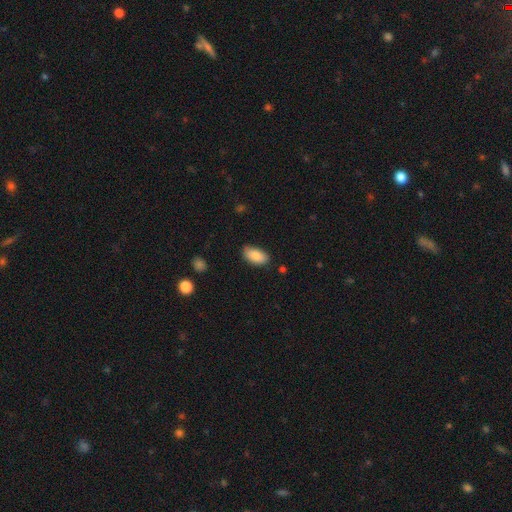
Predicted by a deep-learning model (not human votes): Smooth or featured: smooth — 86% (star or artifact — 7%)
How rounded: in between — 93% (cigar-shaped — 4%)
Merging: none — 79% (minor disturbance — 16%)